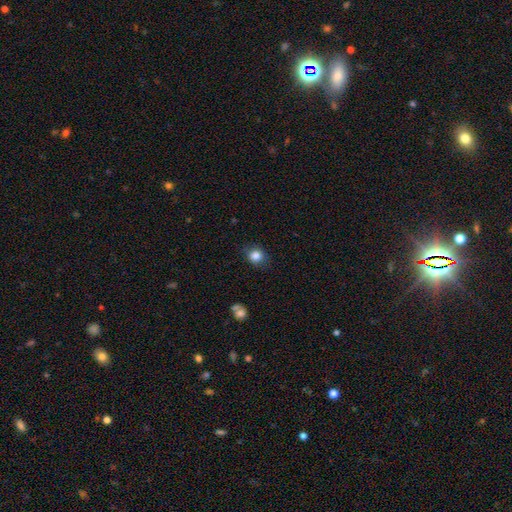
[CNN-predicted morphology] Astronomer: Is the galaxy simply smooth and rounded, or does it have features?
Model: smooth — 83%.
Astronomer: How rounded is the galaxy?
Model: round — 67%.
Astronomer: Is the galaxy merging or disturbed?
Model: none — 80%.